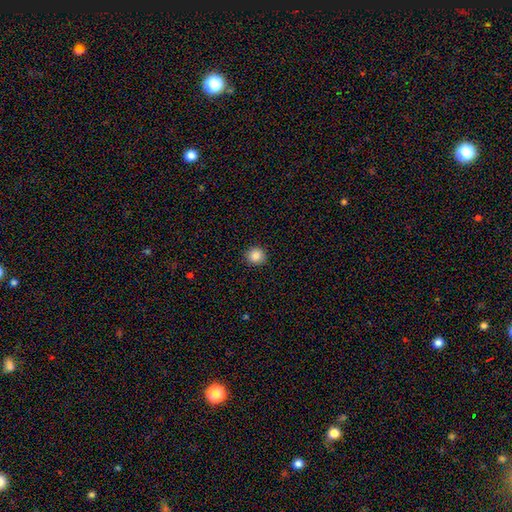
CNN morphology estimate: Smooth or featured?
  - smooth: 86% *
  - star or artifact: 10%
  - featured or disk: 4%
How rounded?
  - round: 89% *
  - in between: 10%
  - cigar-shaped: 1%
Merging?
  - none: 91% *
  - minor disturbance: 6%
  - major disturbance: 2%
  - merger: 1%